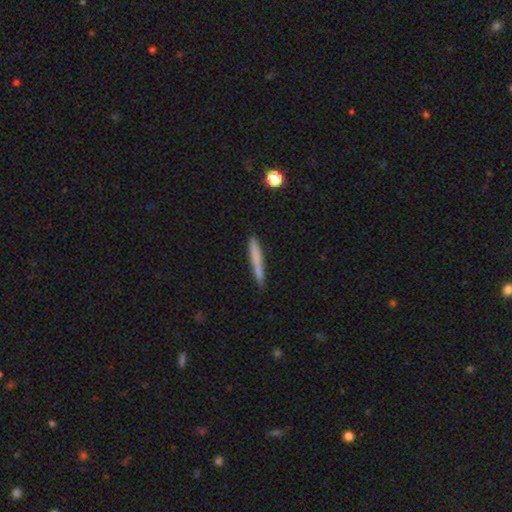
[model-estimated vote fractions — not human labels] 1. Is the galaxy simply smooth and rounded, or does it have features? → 74% smooth, 19% featured or disk, 7% star or artifact.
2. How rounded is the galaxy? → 95% cigar-shaped, 4% in between, 1% round.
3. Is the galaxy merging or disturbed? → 80% none, 14% minor disturbance, 3% merger, 3% major disturbance.